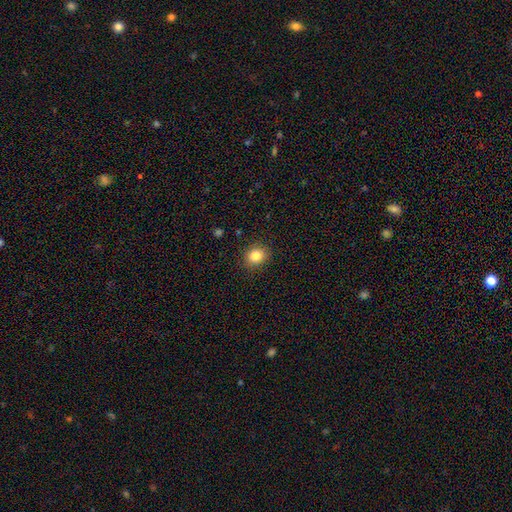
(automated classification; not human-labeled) Smooth or featured: smooth — 84% (star or artifact — 10%)
How rounded: round — 65% (in between — 34%)
Merging: none — 88% (minor disturbance — 8%)